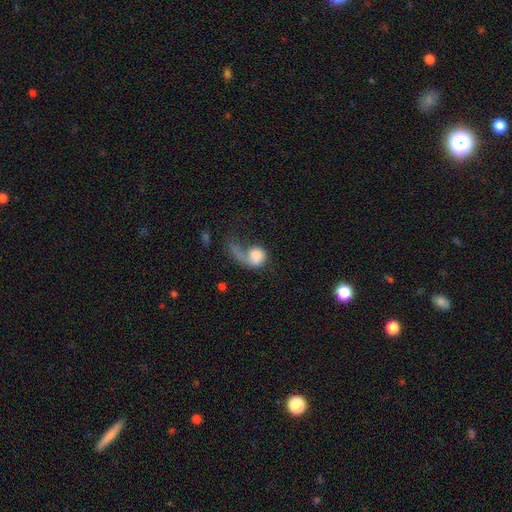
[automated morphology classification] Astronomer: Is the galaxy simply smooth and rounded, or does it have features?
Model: smooth — 59%.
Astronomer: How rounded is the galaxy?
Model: round — 59% (runner-up: in between, 39%).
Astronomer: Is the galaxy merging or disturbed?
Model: major disturbance — 59%.